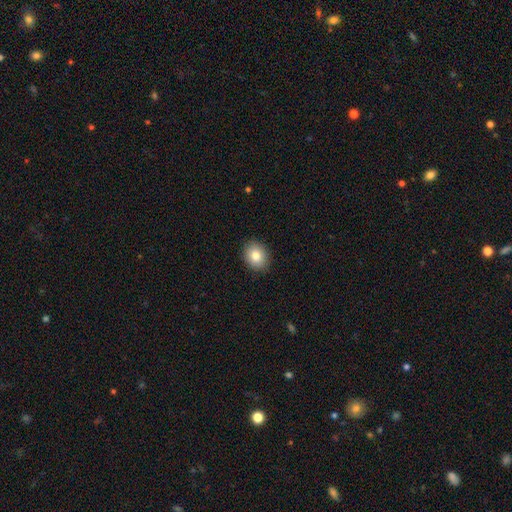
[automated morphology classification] This is clearly a smooth galaxy (80%). How rounded: possibly round (59%). Merging: clearly none (90%).